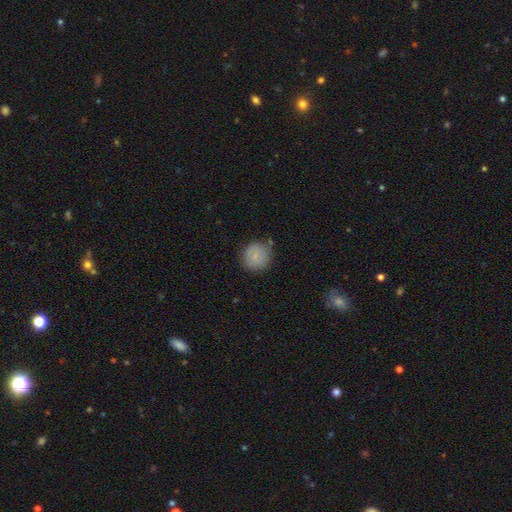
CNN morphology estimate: Q: Smooth or featured?
A: smooth (83%); runner-up: featured or disk (9%)
Q: How rounded?
A: round (92%); runner-up: in between (7%)
Q: Merging?
A: none (78%); runner-up: minor disturbance (15%)